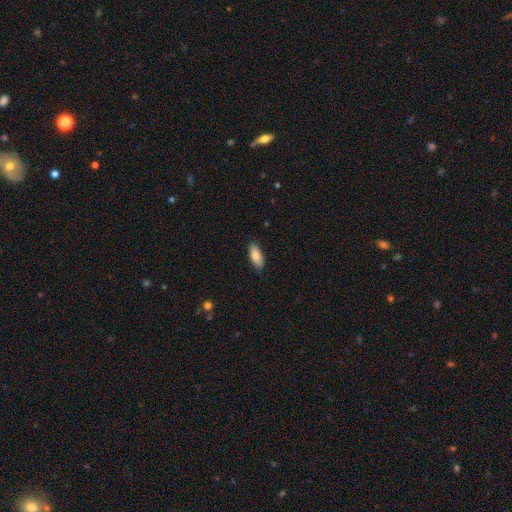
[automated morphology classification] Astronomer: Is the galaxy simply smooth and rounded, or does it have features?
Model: smooth — 85%.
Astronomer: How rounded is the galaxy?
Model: in between — 86%.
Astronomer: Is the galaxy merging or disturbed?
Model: none — 88%.